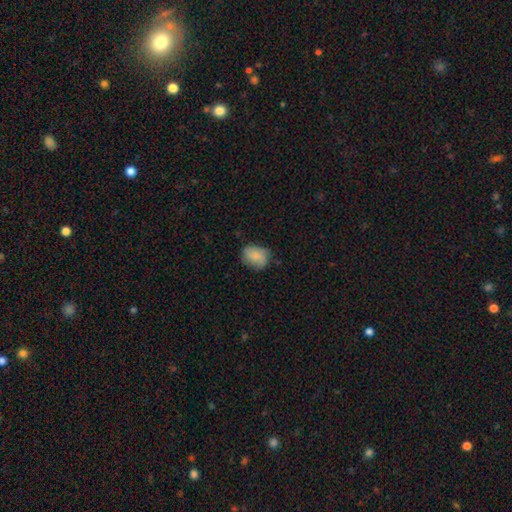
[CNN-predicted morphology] smooth-or-featured: smooth: 83% | featured or disk: 10% | star or artifact: 8%
  how-rounded: in between: 56% | round: 43% | cigar-shaped: 1%
  merging: none: 67% | minor disturbance: 26% | major disturbance: 5% | merger: 1%